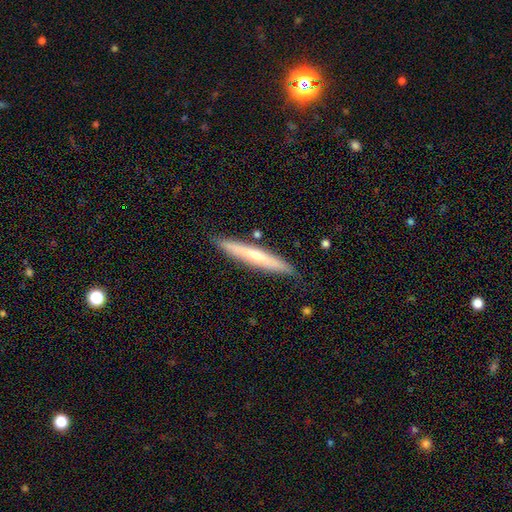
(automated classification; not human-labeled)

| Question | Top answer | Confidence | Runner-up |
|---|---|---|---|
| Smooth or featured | featured or disk | 48% | smooth (46%) |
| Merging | none | 85% | minor disturbance (11%) |